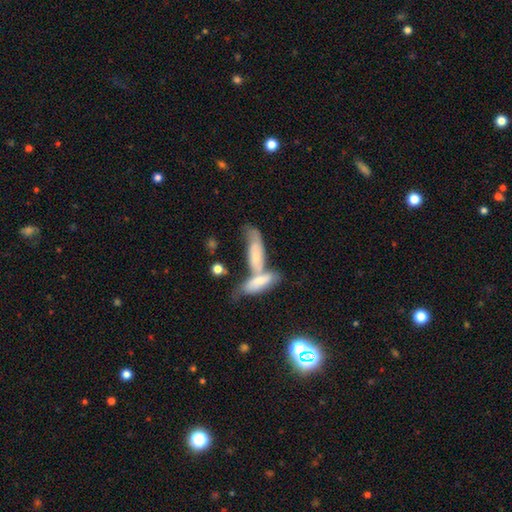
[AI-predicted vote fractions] Q: Smooth or featured?
A: smooth (60%); runner-up: featured or disk (34%)
Q: How rounded?
A: in between (53%); runner-up: cigar-shaped (44%)
Q: Merging?
A: merger (62%); runner-up: none (21%)